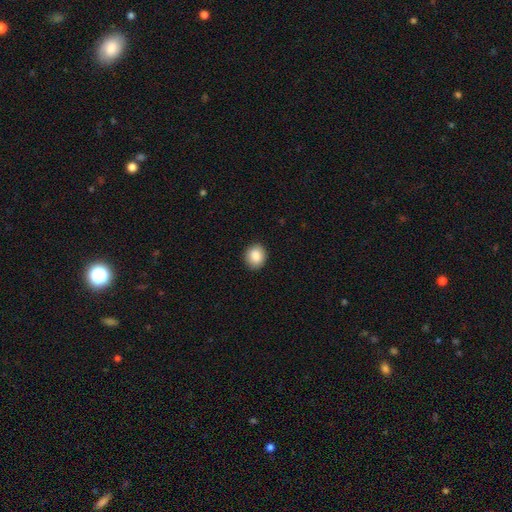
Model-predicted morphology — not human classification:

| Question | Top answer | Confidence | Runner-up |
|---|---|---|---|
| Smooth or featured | smooth | 88% | star or artifact (8%) |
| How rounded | round | 75% | in between (24%) |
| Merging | none | 90% | minor disturbance (8%) |